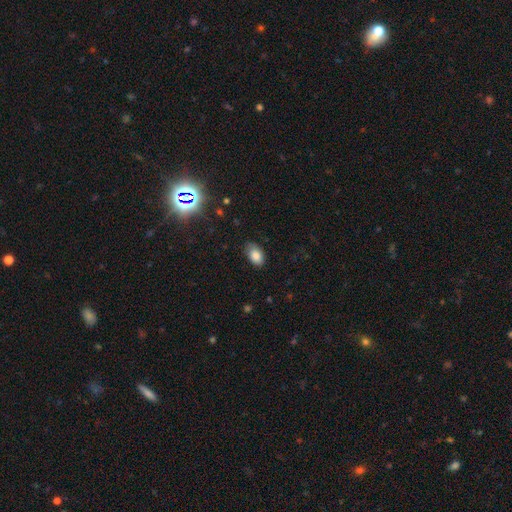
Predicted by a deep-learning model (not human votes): smooth-or-featured: smooth: 83% | star or artifact: 9% | featured or disk: 8%
  how-rounded: in between: 92% | round: 7% | cigar-shaped: 1%
  merging: none: 73% | minor disturbance: 21% | major disturbance: 4% | merger: 1%